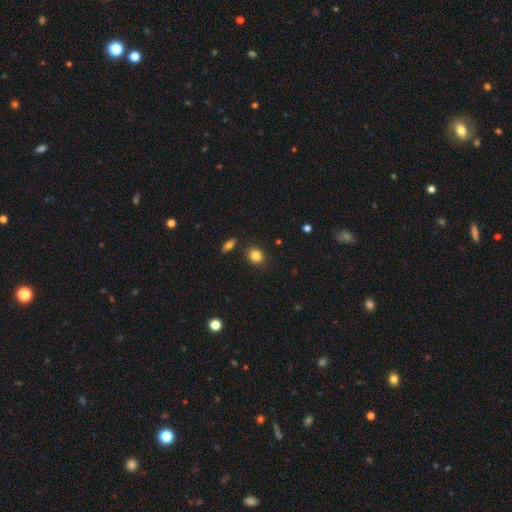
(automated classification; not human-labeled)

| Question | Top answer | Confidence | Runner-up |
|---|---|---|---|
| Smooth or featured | smooth | 83% | star or artifact (10%) |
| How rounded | round | 68% | in between (31%) |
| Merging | none | 86% | minor disturbance (9%) |